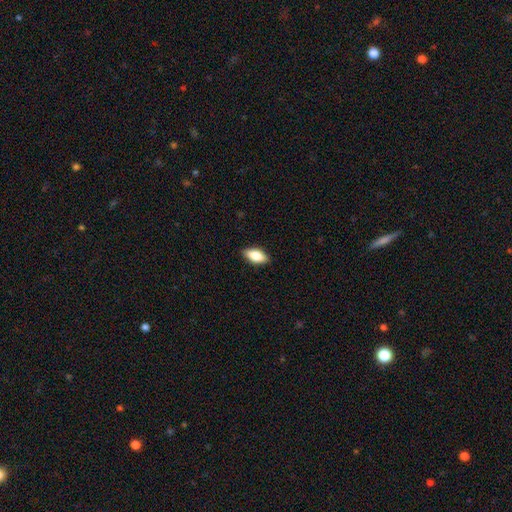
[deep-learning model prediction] Q: Smooth or featured?
A: smooth (78%); runner-up: featured or disk (15%)
Q: How rounded?
A: in between (86%); runner-up: cigar-shaped (10%)
Q: Merging?
A: none (86%); runner-up: minor disturbance (11%)